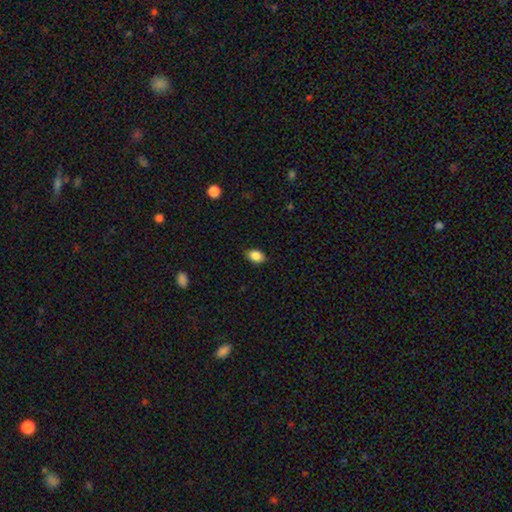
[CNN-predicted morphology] A smooth galaxy with no disk features (87%) that is in between round and cigar-shaped (83%).

Vote fractions:
- Smooth or featured? smooth: 87% / star or artifact: 8% / featured or disk: 4%
- How rounded? in between: 83% / round: 16% / cigar-shaped: 1%
- Merging? none: 86% / minor disturbance: 11% / major disturbance: 2% / merger: 1%